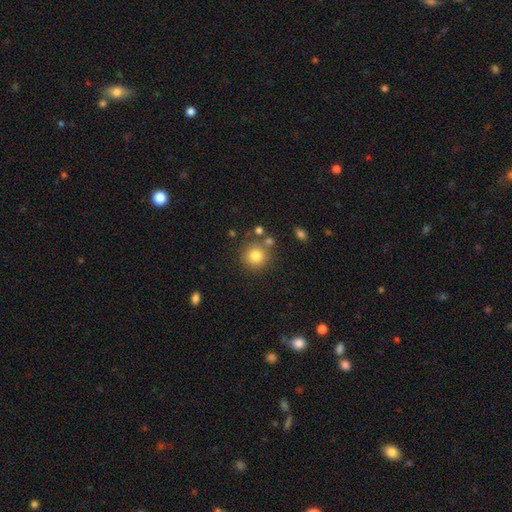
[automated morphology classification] Q: Smooth or featured?
A: smooth (81%); runner-up: star or artifact (11%)
Q: How rounded?
A: round (91%); runner-up: in between (8%)
Q: Merging?
A: none (75%); runner-up: merger (11%)